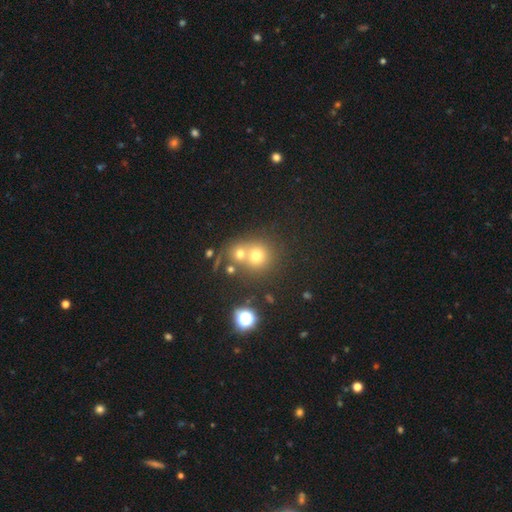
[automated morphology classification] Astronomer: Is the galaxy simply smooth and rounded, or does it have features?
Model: smooth — 66%.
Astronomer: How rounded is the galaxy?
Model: round — 84%.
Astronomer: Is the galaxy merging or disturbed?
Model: merger — 47% (runner-up: none, 42%).